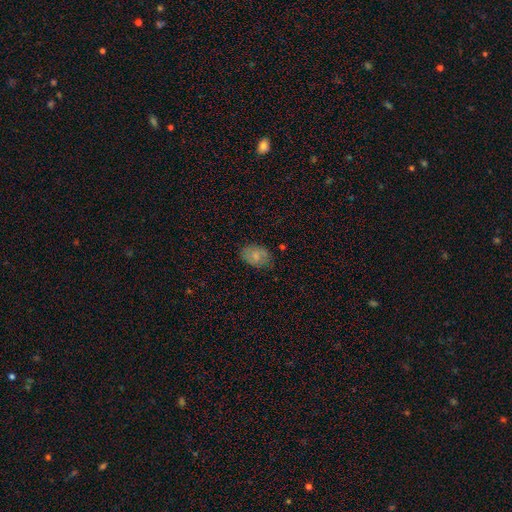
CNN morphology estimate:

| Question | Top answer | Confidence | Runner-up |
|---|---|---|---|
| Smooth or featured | smooth | 72% | featured or disk (19%) |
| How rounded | in between | 80% | round (19%) |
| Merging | none | 77% | minor disturbance (18%) |